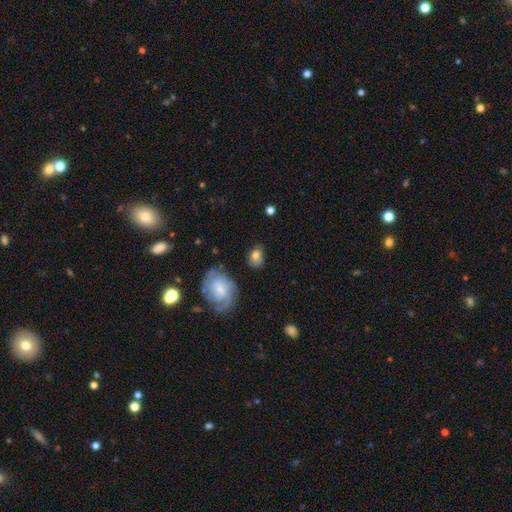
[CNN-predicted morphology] Smooth or featured? Predicted: smooth (p=0.74). How rounded? Predicted: in between (p=0.63). Merging? Predicted: none (p=0.72).